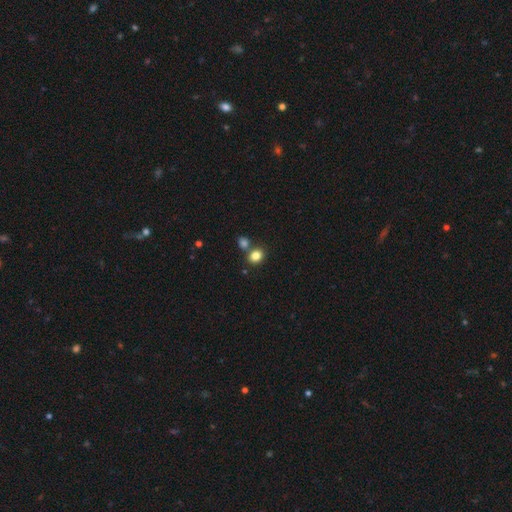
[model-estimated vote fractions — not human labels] The model was most divided on "how rounded": round: 62%, in between: 37%, cigar-shaped: 1%. More confident: smooth or featured — smooth (83%); merging — none (66%).